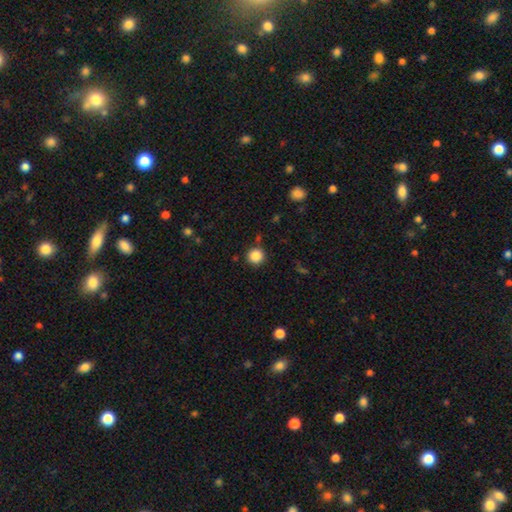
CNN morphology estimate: type=smooth (86%); roundness=round (94%); merging=none (87%).